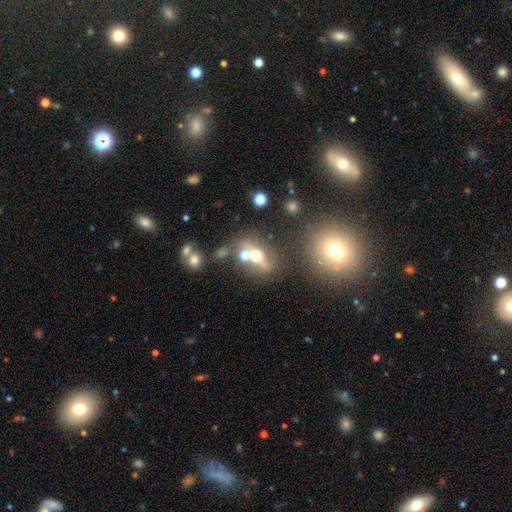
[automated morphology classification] Smooth or featured: smooth — 49% (featured or disk — 33%)
Merging: none — 51% (merger — 30%)